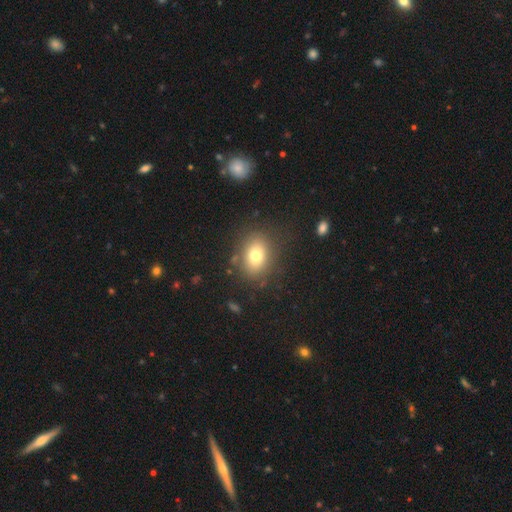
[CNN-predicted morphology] This is likely a smooth galaxy (75%). How rounded: possibly in between (56%). Merging: clearly none (82%).